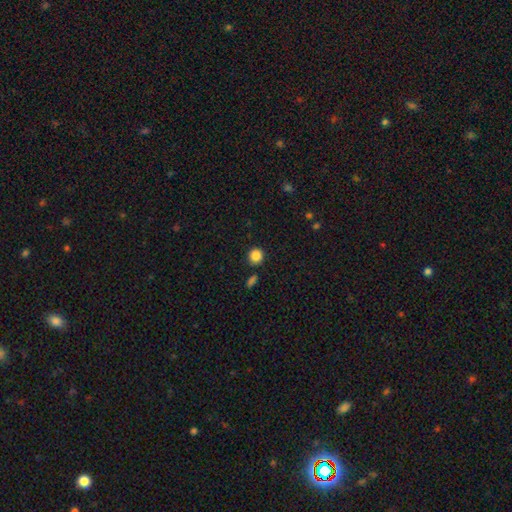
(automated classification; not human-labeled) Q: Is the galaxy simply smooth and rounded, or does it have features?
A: smooth — 86%.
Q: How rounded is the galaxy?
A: round — 90%.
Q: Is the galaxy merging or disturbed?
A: none — 87%.